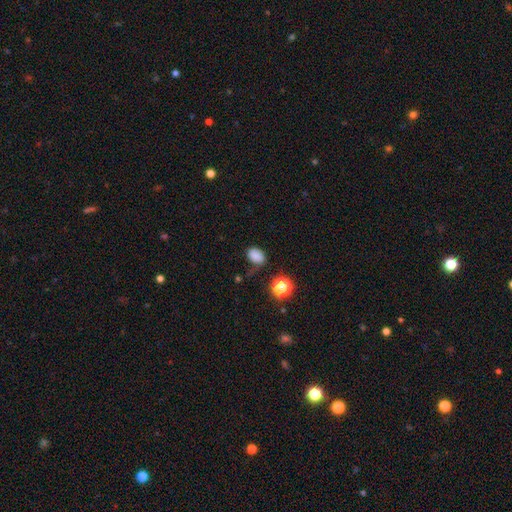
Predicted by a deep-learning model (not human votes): Overall: smooth (80%). How rounded: in between (73%). Merging: none (55%; minor disturbance 26%).